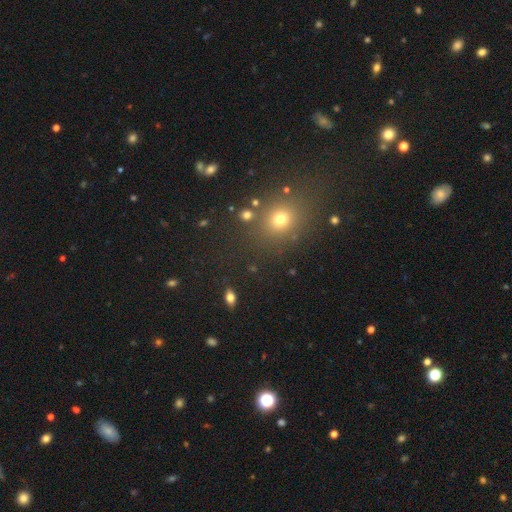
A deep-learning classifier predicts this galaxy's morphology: Q: Smooth or featured?
A: smooth (49%); runner-up: star or artifact (43%)
Q: Merging?
A: none (81%); runner-up: minor disturbance (9%)